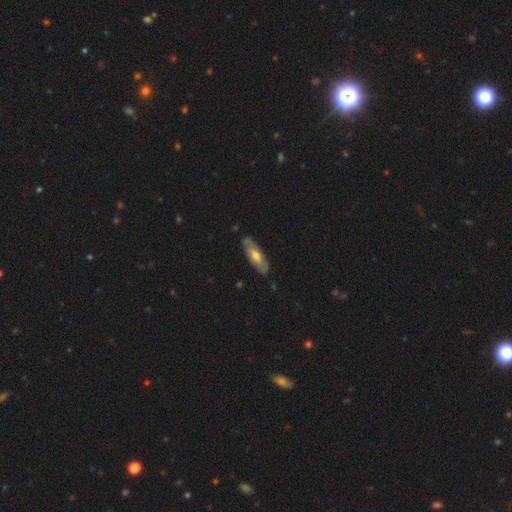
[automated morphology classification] A featured or disk galaxy (51%).

Vote fractions:
- Smooth or featured? featured or disk: 51% / smooth: 43% / star or artifact: 6%
- Edge-on disk? no: 62% / yes: 38%
- Merging? none: 83% / minor disturbance: 13% / major disturbance: 3% / merger: 1%